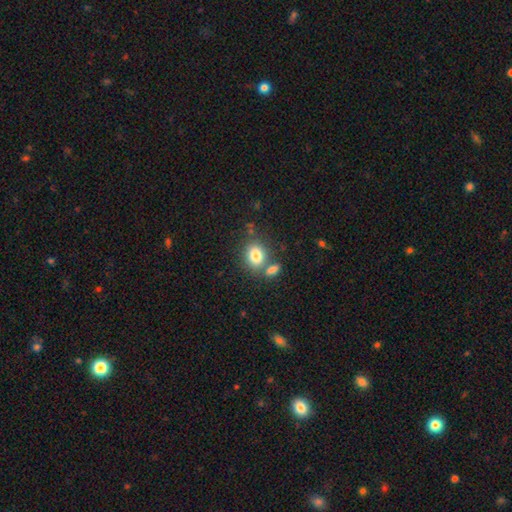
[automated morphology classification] This appears to be a smooth galaxy with no disk features (81%) that is in between round and cigar-shaped (51%). Merging: none (60%).